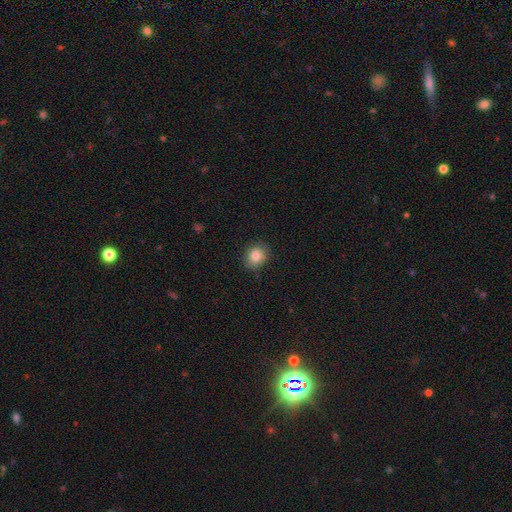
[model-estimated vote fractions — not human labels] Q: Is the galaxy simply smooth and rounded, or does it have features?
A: smooth — 85%.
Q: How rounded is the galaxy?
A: round — 61%.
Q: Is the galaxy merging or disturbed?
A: none — 85%.